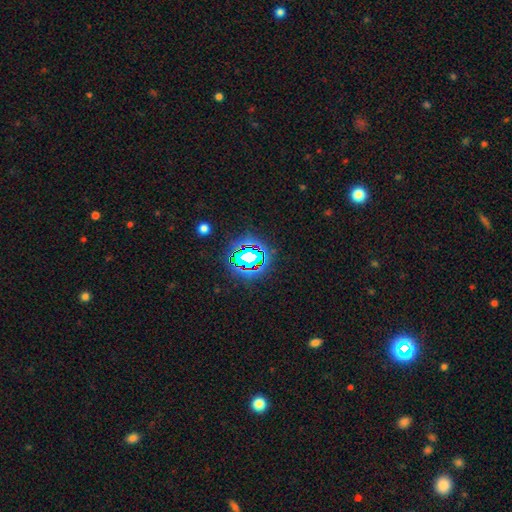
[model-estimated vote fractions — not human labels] This appears to be a star or artifact, not a galaxy (80%).